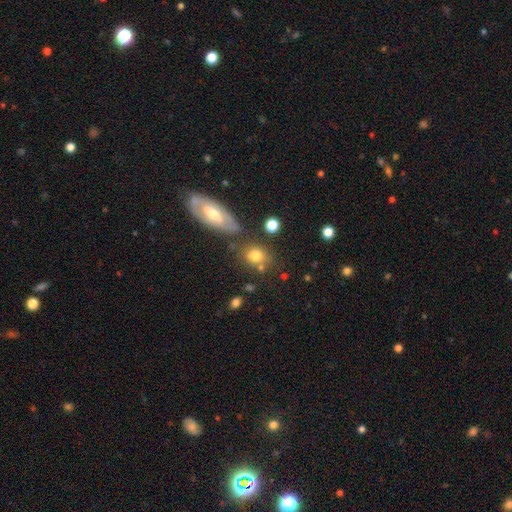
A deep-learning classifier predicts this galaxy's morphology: Smooth or featured? smooth (75%)
How rounded? in between (49%)
Merging? none (63%)